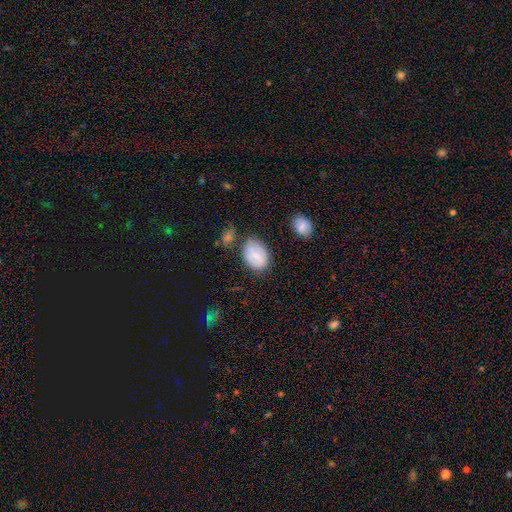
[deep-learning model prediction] A smooth galaxy with no disk features (67%) that is in between round and cigar-shaped (79%). Merging: none (63%).